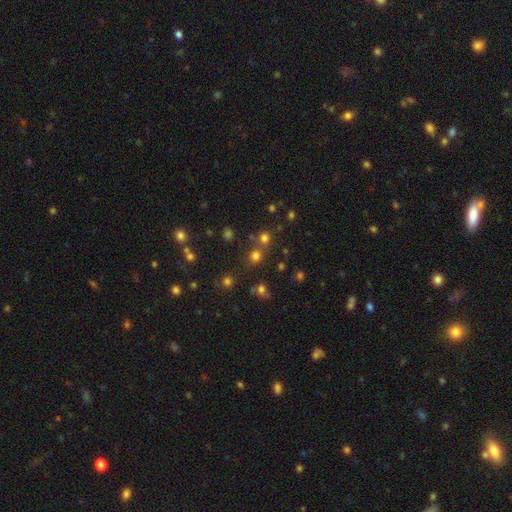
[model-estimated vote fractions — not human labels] smooth 67%, star or artifact 26%, featured or disk 6%. Down the decision tree: how rounded — round (87%); merging — none (71%).